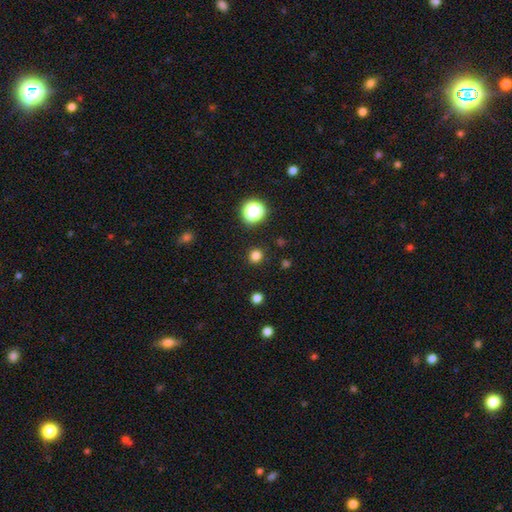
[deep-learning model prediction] Smooth or featured? smooth (80%)
How rounded? round (87%)
Merging? none (90%)